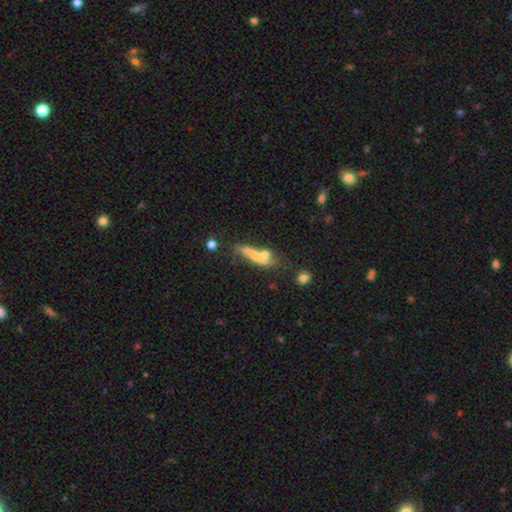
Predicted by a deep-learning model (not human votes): Q: Smooth or featured?
A: smooth (56%); runner-up: featured or disk (34%)
Q: How rounded?
A: cigar-shaped (71%); runner-up: in between (24%)
Q: Merging?
A: none (39%); runner-up: merger (28%)